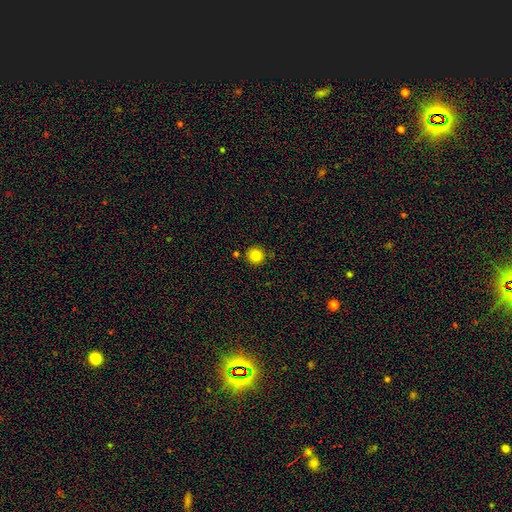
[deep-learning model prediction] Smooth or featured: smooth — 85% (star or artifact — 11%)
How rounded: round — 94% (in between — 5%)
Merging: none — 85% (minor disturbance — 8%)